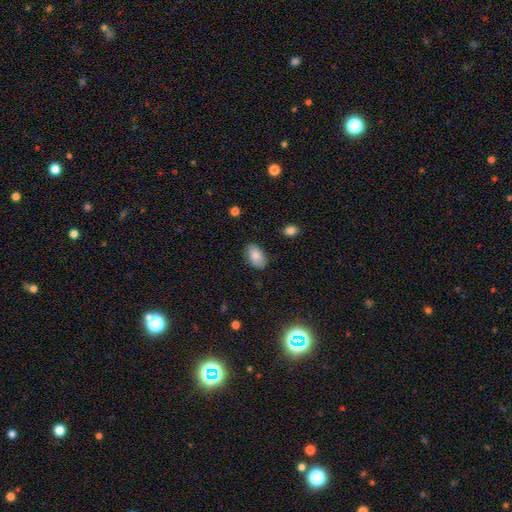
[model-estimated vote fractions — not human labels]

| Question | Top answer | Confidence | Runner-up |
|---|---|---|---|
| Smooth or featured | smooth | 83% | featured or disk (10%) |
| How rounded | in between | 93% | round (6%) |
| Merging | none | 82% | minor disturbance (14%) |